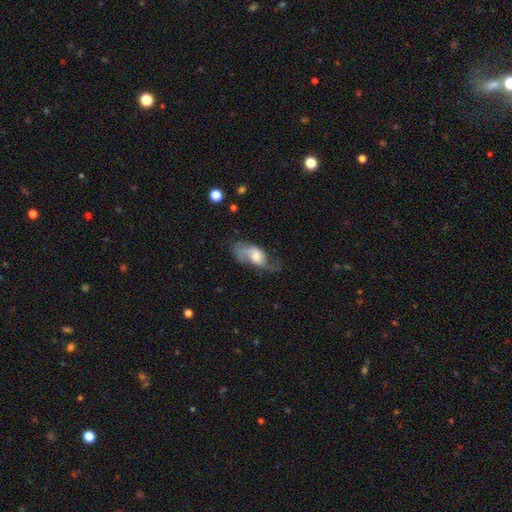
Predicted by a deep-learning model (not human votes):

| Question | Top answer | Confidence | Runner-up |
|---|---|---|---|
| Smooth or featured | featured or disk | 62% | smooth (31%) |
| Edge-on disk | no | 92% | yes (8%) |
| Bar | no | 58% | weak (34%) |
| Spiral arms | yes | 84% | no (16%) |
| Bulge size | moderate | 39% | large (28%) |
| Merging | none | 42% | major disturbance (29%) |